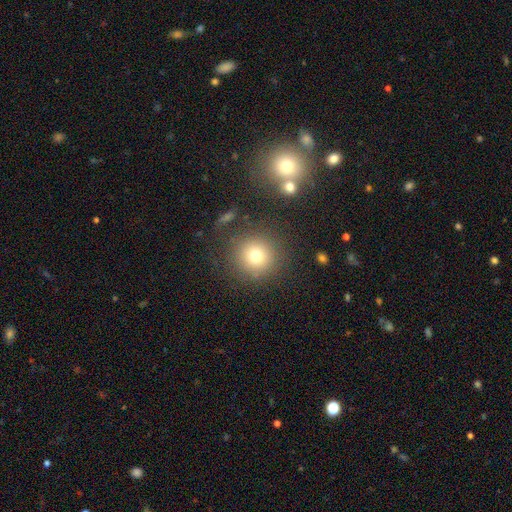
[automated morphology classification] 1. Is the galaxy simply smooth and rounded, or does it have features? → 73% smooth, 16% star or artifact, 11% featured or disk.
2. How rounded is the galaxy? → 94% round, 5% in between, 1% cigar-shaped.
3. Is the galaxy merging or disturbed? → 83% none, 8% minor disturbance, 5% major disturbance, 3% merger.